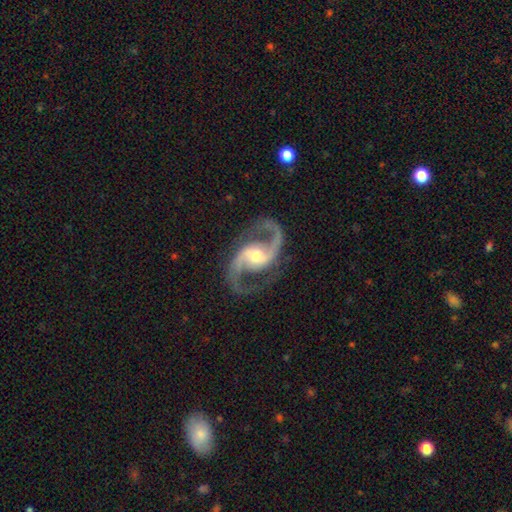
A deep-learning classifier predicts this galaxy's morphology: A featured or disk galaxy (94%) with a weak bar (42%), 2 (95%) medium (57%) spiral arms (98%) and a moderate central bulge (64%). Merging: none (84%).